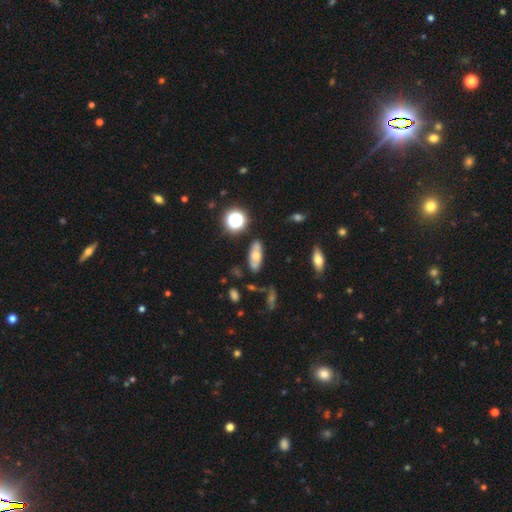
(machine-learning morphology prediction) smooth_or_featured: smooth (p=0.51) [alt: featured or disk p=0.34]
how_rounded: in between (p=0.78) [alt: cigar-shaped p=0.13]
merging: none (p=0.76) [alt: minor disturbance p=0.14]